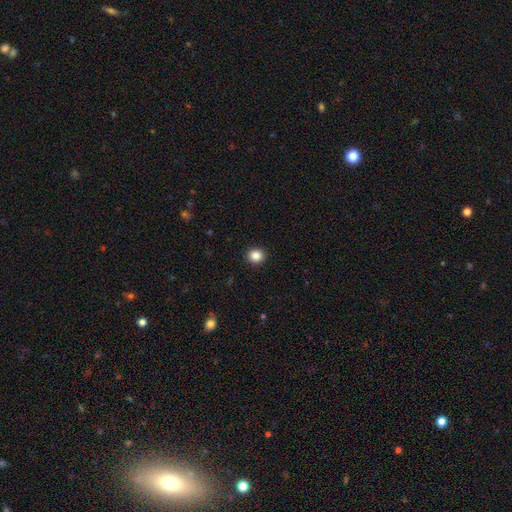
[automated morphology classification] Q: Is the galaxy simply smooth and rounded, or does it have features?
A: smooth — 86%.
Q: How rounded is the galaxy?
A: round — 85%.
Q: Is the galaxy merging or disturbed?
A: none — 92%.